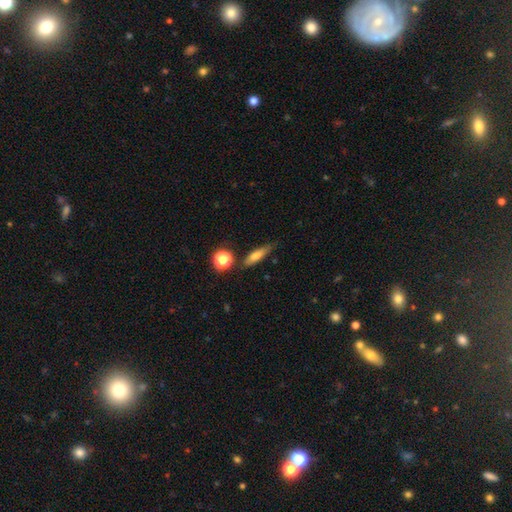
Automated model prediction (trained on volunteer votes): smooth_or_featured: smooth (p=0.69) [alt: featured or disk p=0.21]
how_rounded: cigar-shaped (p=0.61) [alt: in between p=0.32]
merging: none (p=0.74) [alt: minor disturbance p=0.16]